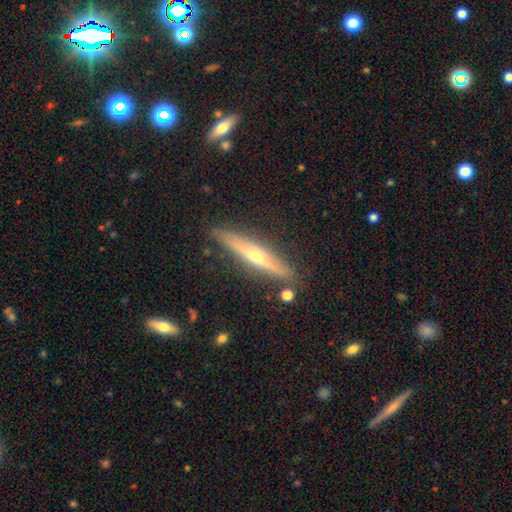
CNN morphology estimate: The model was most divided on "smooth or featured": featured or disk: 70%, smooth: 23%, star or artifact: 7%. More confident: edge-on disk — yes (96%); merging — none (86%); edge-on bulge — rounded (86%).